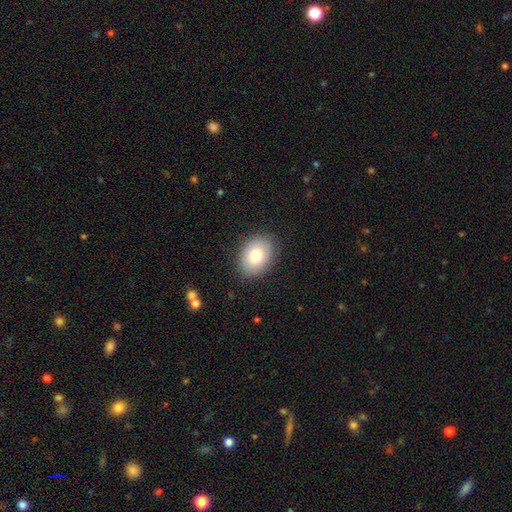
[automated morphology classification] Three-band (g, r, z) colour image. It shows a smooth galaxy with no disk features (78%) that is in between round and cigar-shaped (77%). Merging: none (86%).